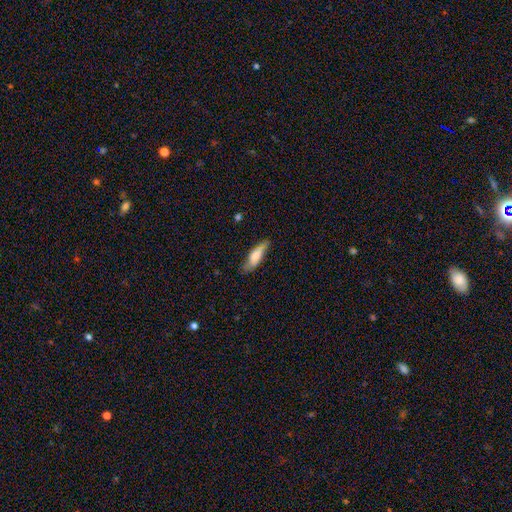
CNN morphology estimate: A smooth galaxy with no disk features (70%) that is in between round and cigar-shaped (51%).

Vote fractions:
- Smooth or featured? smooth: 70% / featured or disk: 23% / star or artifact: 6%
- How rounded? in between: 51% / cigar-shaped: 46% / round: 2%
- Merging? none: 64% / minor disturbance: 27% / major disturbance: 7% / merger: 2%